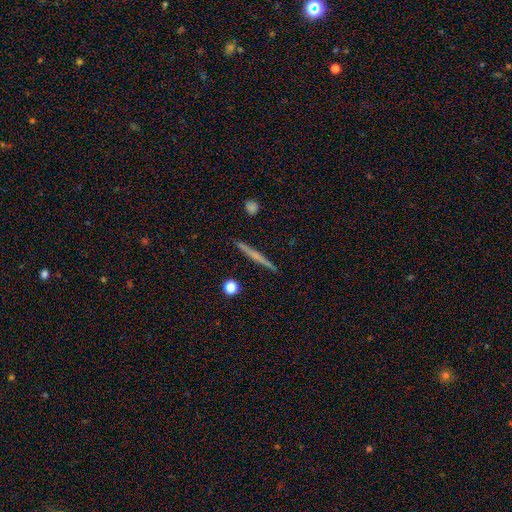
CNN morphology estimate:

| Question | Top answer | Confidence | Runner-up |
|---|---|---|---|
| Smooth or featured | featured or disk | 50% | smooth (44%) |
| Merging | none | 91% | minor disturbance (6%) |